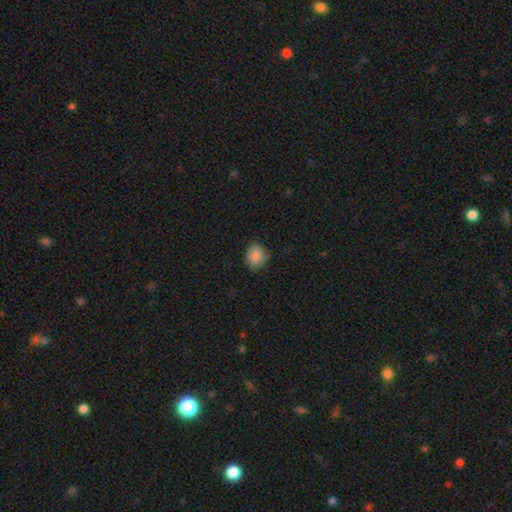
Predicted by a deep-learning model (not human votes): A smooth galaxy with no disk features (86%) that is round (69%). Merging: none (77%).